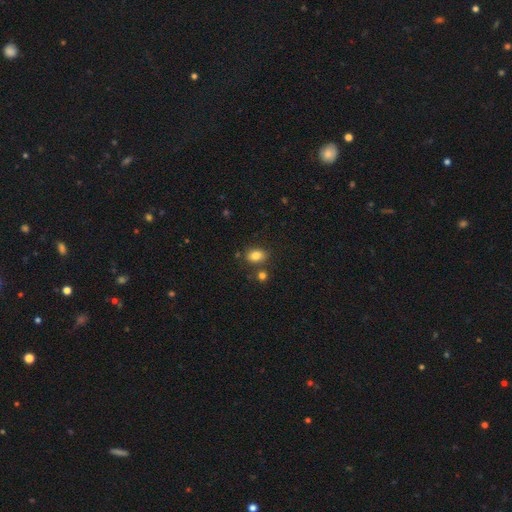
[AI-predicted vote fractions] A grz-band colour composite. It shows a smooth galaxy with no disk features (83%) that is in between round and cigar-shaped (75%). Merging: none (74%).